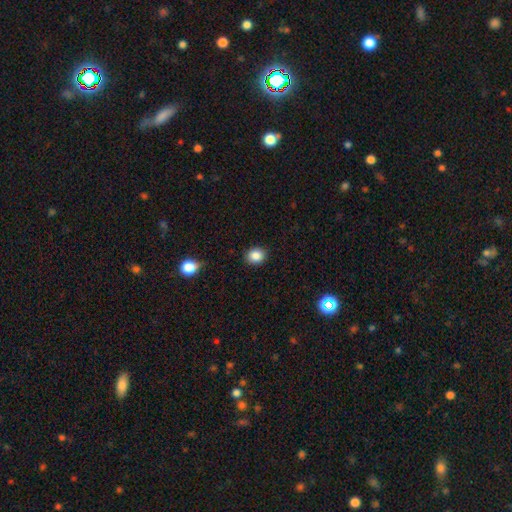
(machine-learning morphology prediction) This is clearly a smooth galaxy (86%). How rounded: likely round (62%). Merging: clearly none (89%).